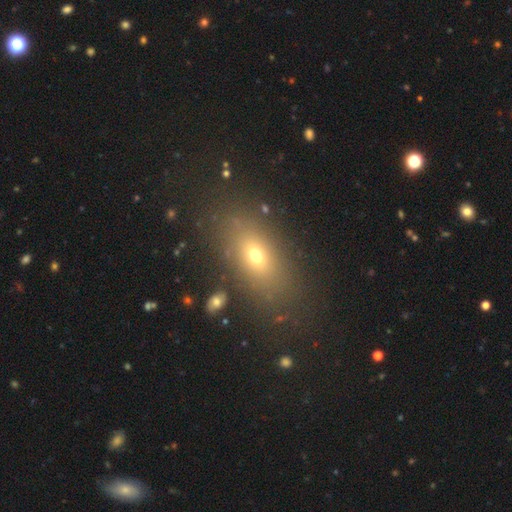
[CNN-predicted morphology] type=smooth (66%); roundness=in between (80%); merging=none (81%).